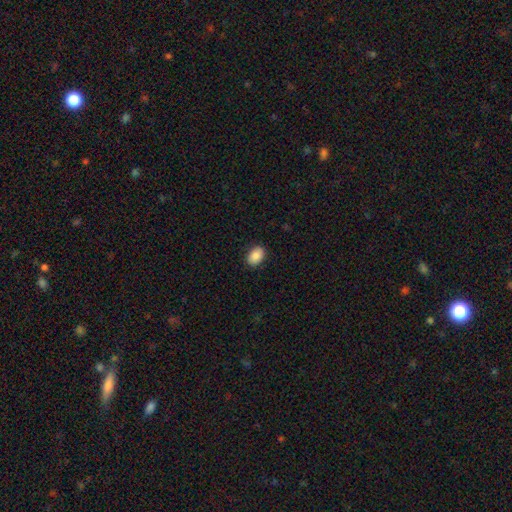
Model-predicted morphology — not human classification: This is clearly a smooth galaxy (88%). How rounded: clearly in between (82%). Merging: clearly none (88%).